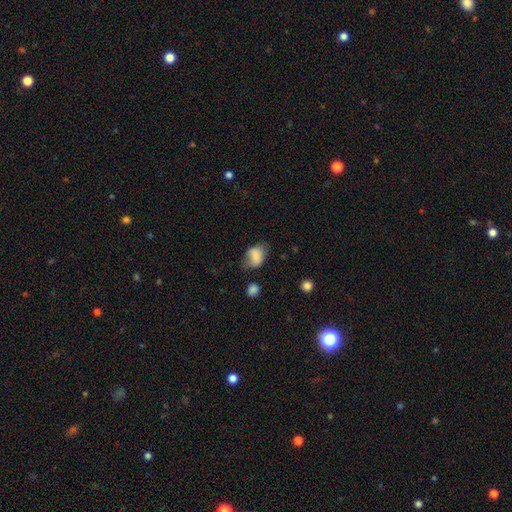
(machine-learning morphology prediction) type=smooth (75%); roundness=in between (73%); merging=none (50%).